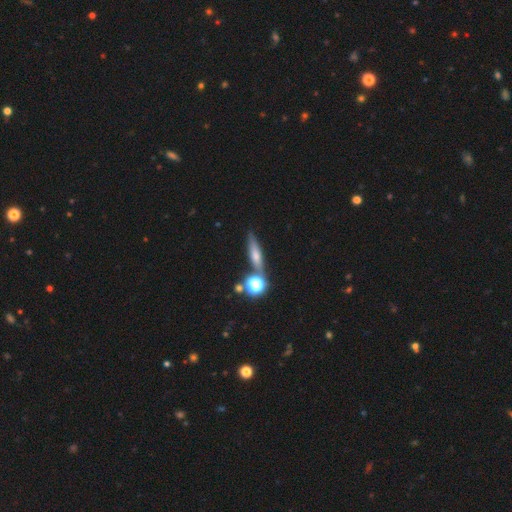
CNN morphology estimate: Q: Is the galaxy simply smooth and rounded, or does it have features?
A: featured or disk — 41%.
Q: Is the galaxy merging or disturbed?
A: none — 75%.